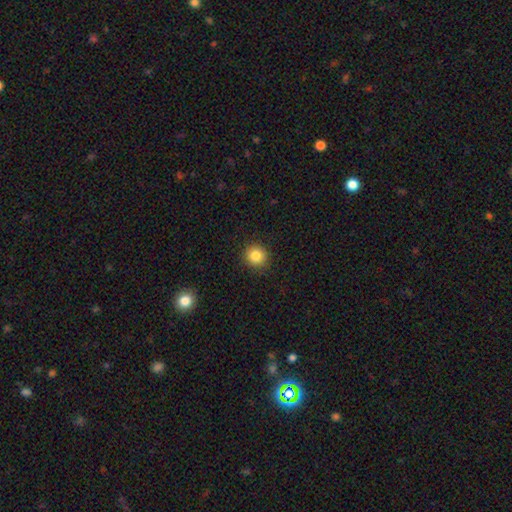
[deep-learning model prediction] A smooth galaxy with no disk features (85%) that is round (90%).

Vote fractions:
- Smooth or featured? smooth: 85% / star or artifact: 10% / featured or disk: 5%
- How rounded? round: 90% / in between: 9% / cigar-shaped: 1%
- Merging? none: 90% / minor disturbance: 7% / major disturbance: 2% / merger: 1%